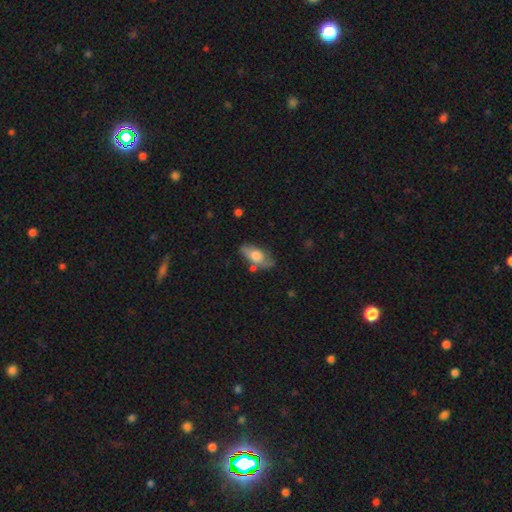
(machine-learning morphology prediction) Smooth or featured? smooth (61%)
How rounded? in between (86%)
Merging? none (64%)